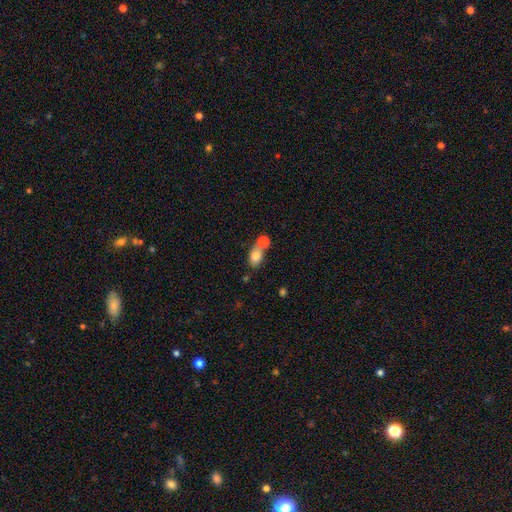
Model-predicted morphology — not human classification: This is clearly a smooth galaxy (81%). How rounded: likely in between (77%). Merging: possibly none (49%).